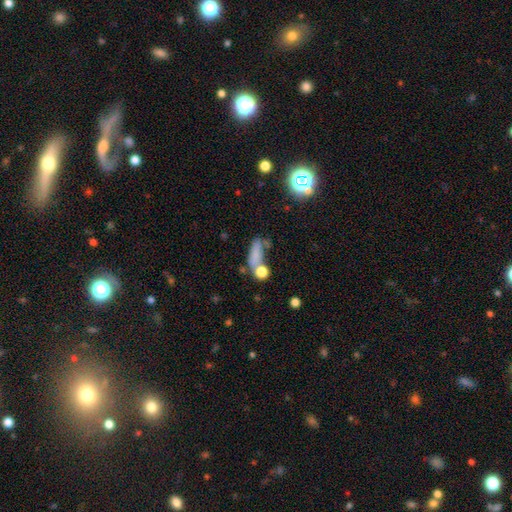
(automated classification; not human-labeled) smooth 70%, star or artifact 15%, featured or disk 14%. Down the decision tree: how rounded — in between (52%); merging — none (44%).